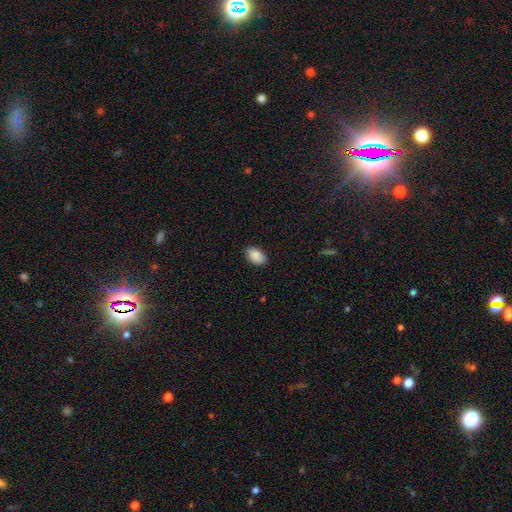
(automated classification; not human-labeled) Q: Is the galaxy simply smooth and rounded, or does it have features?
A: smooth — 90%.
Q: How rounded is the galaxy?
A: in between — 92%.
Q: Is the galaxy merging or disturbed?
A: none — 87%.